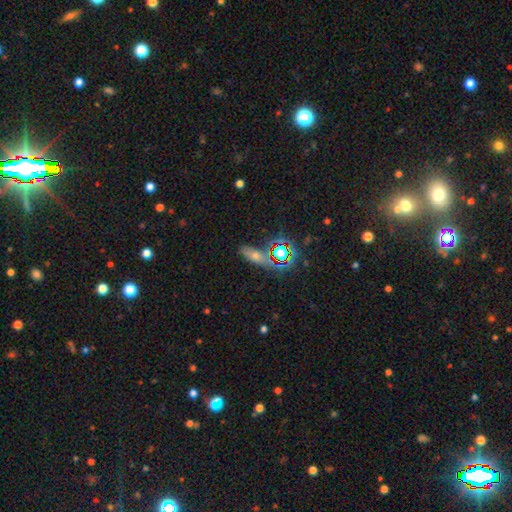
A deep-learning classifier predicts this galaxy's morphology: Q: Smooth or featured?
A: smooth (41%); runner-up: star or artifact (37%)
Q: Merging?
A: none (75%); runner-up: minor disturbance (13%)